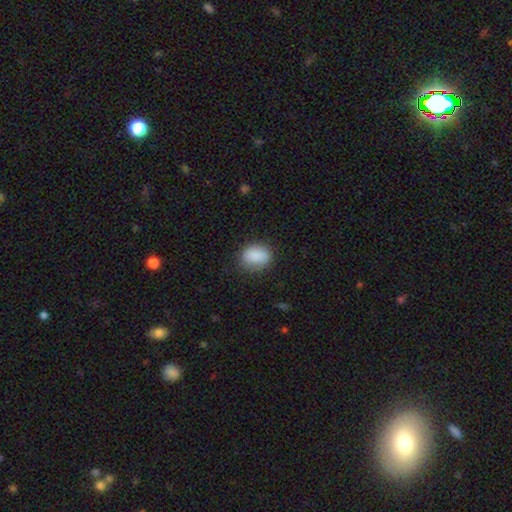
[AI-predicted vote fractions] Overall: smooth (87%). How rounded: in between (66%; round 33%). Merging: none (80%).